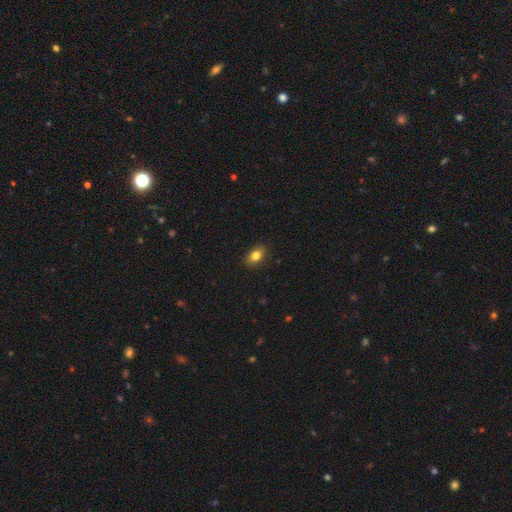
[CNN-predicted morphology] Smooth or featured? Predicted: smooth (p=0.81). How rounded? Predicted: in between (p=0.84). Merging? Predicted: none (p=0.88).